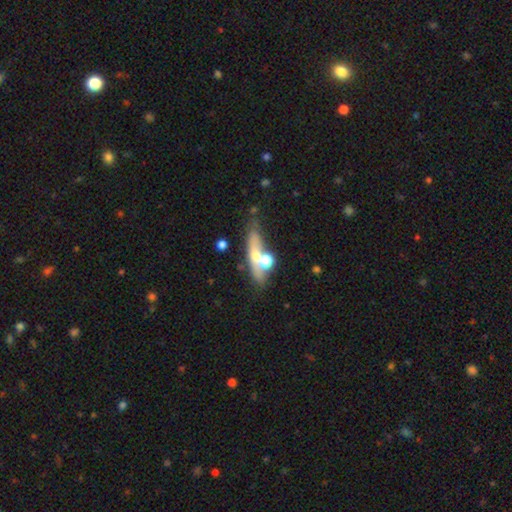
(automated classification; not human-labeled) The model was most divided on "smooth or featured": smooth: 46%, featured or disk: 43%, star or artifact: 10%. More confident: merging — none (51%).